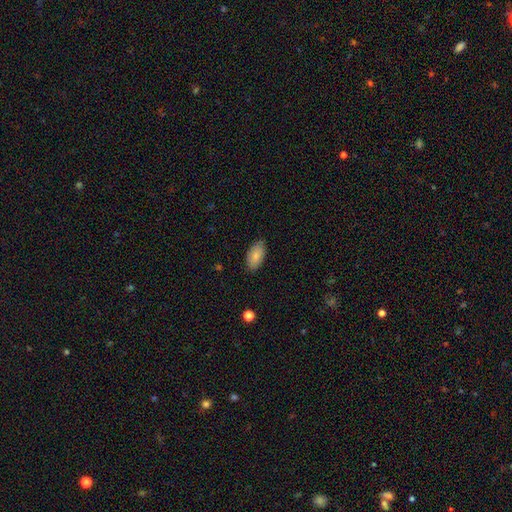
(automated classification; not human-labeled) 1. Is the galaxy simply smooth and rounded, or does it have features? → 84% smooth, 10% featured or disk, 7% star or artifact.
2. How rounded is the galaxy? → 93% in between, 4% cigar-shaped, 3% round.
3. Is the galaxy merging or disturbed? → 83% none, 14% minor disturbance, 2% major disturbance, 1% merger.